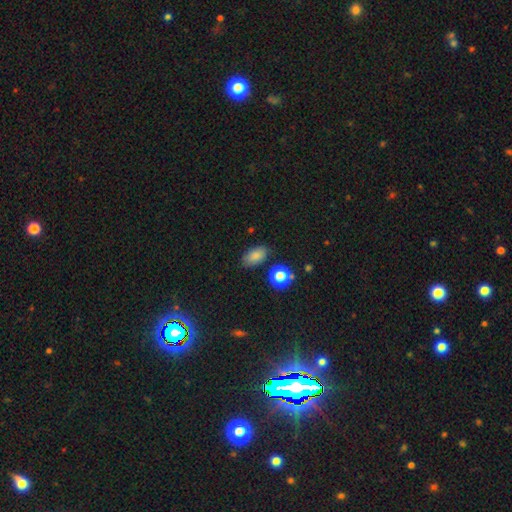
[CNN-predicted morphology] Smooth or featured?
  - smooth: 82% *
  - star or artifact: 11%
  - featured or disk: 6%
How rounded?
  - in between: 89% *
  - round: 9%
  - cigar-shaped: 2%
Merging?
  - none: 80% *
  - minor disturbance: 14%
  - merger: 3%
  - major disturbance: 3%